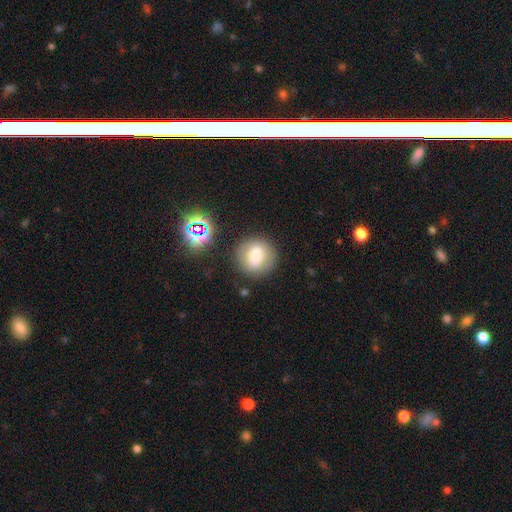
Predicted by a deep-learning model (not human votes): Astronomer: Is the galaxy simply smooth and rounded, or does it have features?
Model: smooth — 67%.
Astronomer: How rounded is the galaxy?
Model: round — 88%.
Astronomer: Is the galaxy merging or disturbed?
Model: none — 80%.